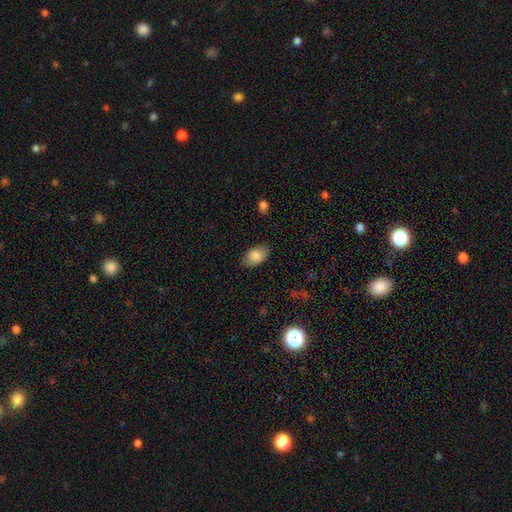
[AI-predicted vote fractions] This is clearly a smooth galaxy (85%). How rounded: clearly in between (92%). Merging: clearly none (81%).